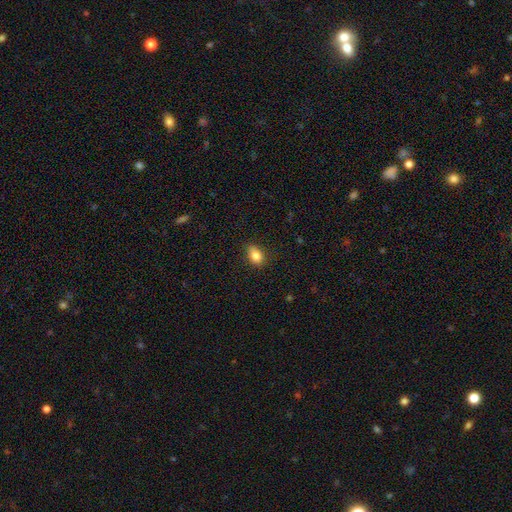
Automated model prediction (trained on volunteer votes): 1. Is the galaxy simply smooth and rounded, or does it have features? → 84% smooth, 9% star or artifact, 7% featured or disk.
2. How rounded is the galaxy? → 72% in between, 26% round, 2% cigar-shaped.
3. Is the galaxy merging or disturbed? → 69% none, 24% minor disturbance, 5% major disturbance, 2% merger.